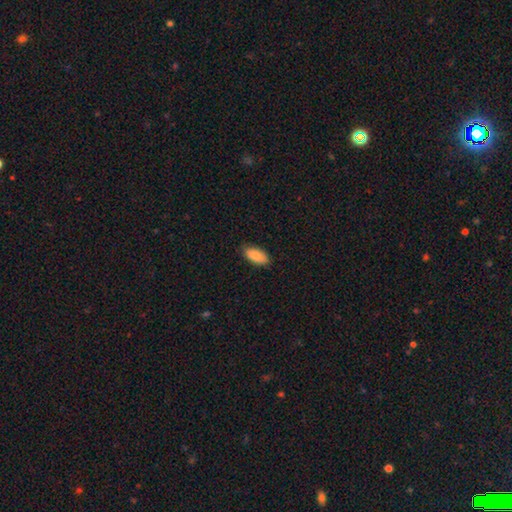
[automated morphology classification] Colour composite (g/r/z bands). It shows a smooth galaxy with no disk features (88%) that is in between round and cigar-shaped (92%). Merging: none (84%).